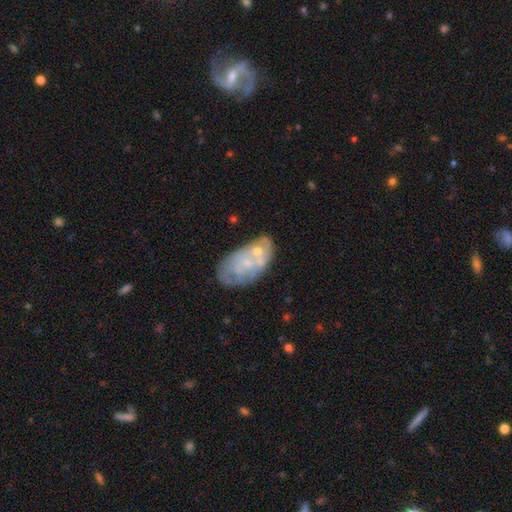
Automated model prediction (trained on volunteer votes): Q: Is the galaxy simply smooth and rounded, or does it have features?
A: featured or disk — 57%.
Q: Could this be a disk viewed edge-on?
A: no — 96%.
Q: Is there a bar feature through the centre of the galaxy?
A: no — 87%.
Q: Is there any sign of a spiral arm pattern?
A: no — 75%.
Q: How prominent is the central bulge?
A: small — 52%.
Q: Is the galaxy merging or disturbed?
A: none — 37%.